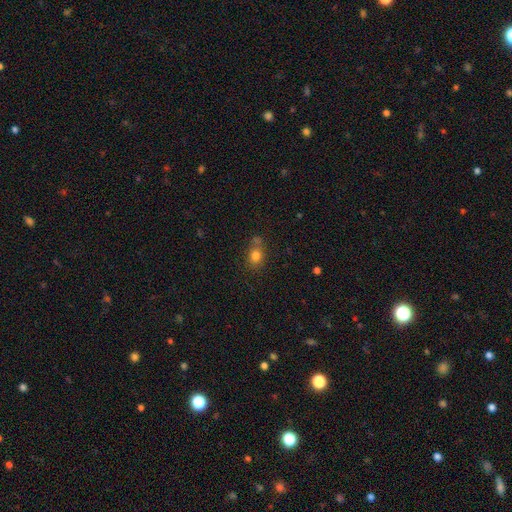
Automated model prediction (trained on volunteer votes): Smooth or featured? smooth (78%)
How rounded? round (51%)
Merging? none (61%)